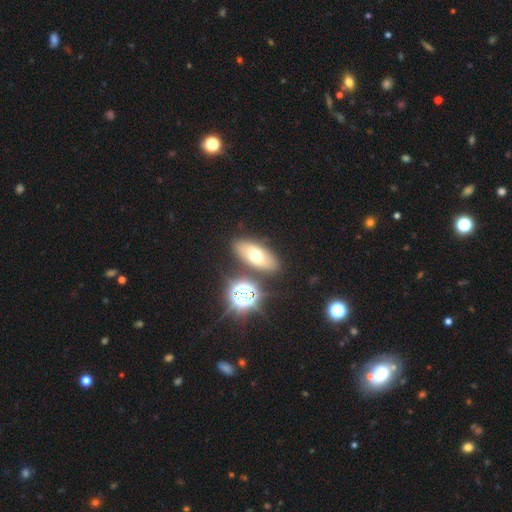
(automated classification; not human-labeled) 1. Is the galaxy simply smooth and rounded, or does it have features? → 53% smooth, 28% featured or disk, 19% star or artifact.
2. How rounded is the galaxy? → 79% in between, 11% cigar-shaped, 10% round.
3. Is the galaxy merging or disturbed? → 82% none, 9% minor disturbance, 6% merger, 3% major disturbance.